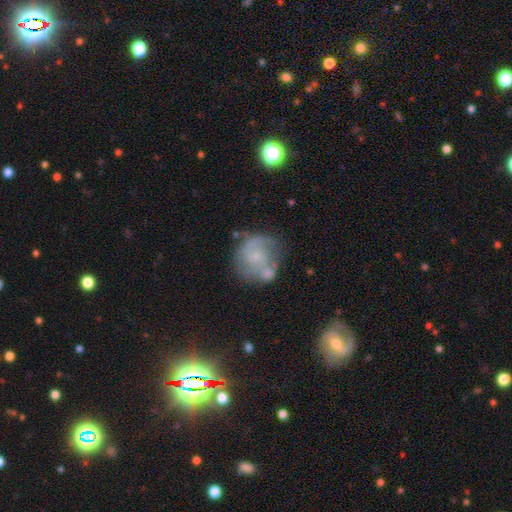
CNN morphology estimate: Smooth or featured? Predicted: featured or disk (p=0.61). Edge-on disk? Predicted: no (p=0.98). Bar? Predicted: no (p=0.71). Spiral arms? Predicted: yes (p=0.76). Bulge size? Predicted: small (p=0.71). Merging? Predicted: none (p=0.48).